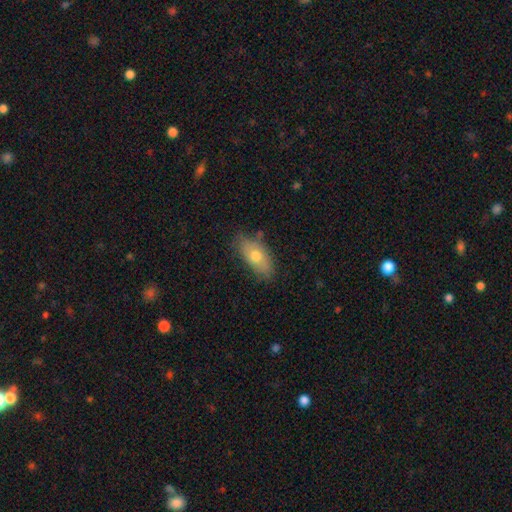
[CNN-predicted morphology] type=smooth (68%); roundness=in between (89%); merging=none (76%).